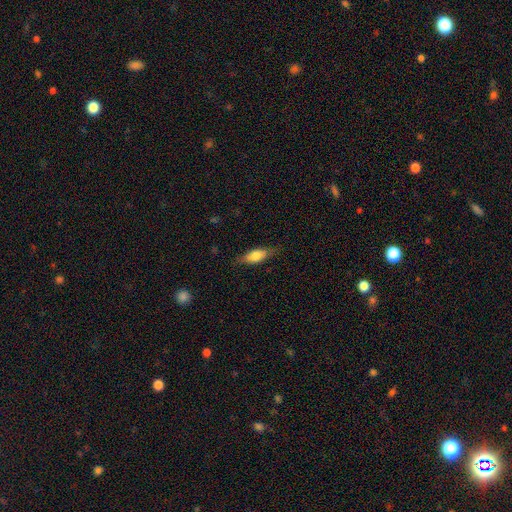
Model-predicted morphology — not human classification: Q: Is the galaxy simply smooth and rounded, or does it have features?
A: smooth — 68%.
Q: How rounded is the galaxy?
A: in between — 69%.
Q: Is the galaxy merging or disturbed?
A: none — 78%.